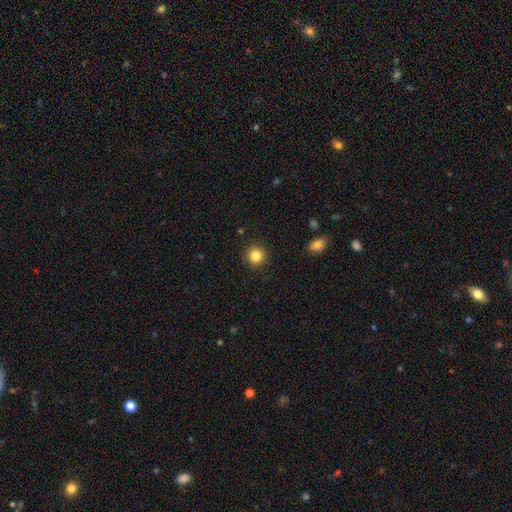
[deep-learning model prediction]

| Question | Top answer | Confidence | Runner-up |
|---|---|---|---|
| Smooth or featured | smooth | 85% | star or artifact (11%) |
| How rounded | round | 93% | in between (6%) |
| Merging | none | 91% | minor disturbance (5%) |